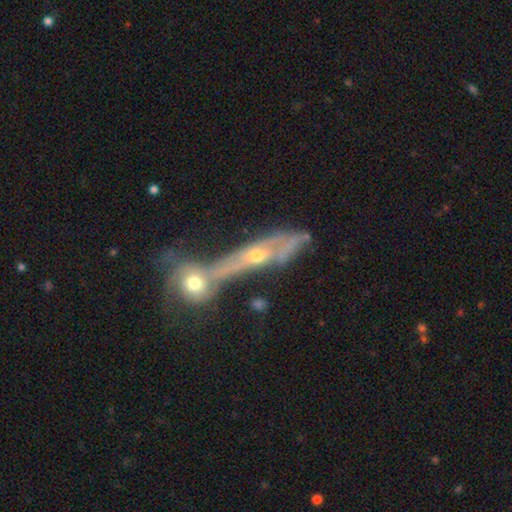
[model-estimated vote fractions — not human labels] This is possibly a featured or disk galaxy (49%). Merging: possibly merger (59%).